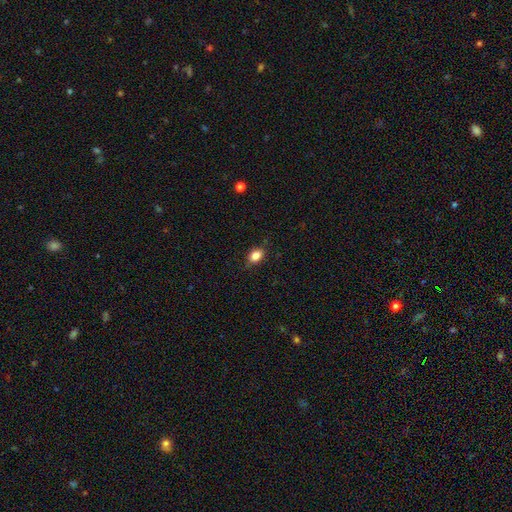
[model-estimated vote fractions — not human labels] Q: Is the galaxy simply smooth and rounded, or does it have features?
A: smooth — 83%.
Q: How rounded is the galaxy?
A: in between — 66%.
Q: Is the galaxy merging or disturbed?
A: none — 77%.